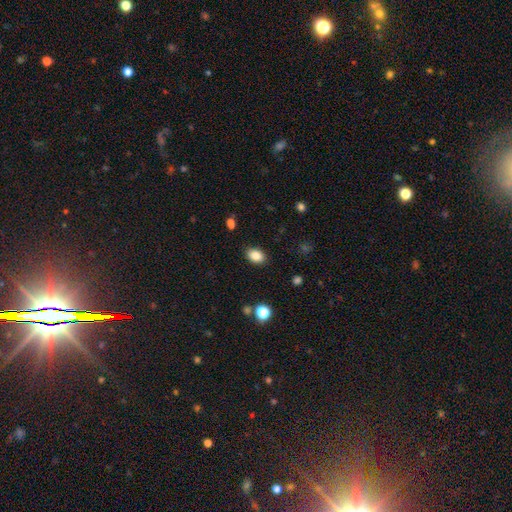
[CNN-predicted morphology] Smooth or featured: smooth — 86% (star or artifact — 9%)
How rounded: in between — 79% (round — 20%)
Merging: none — 87% (minor disturbance — 9%)